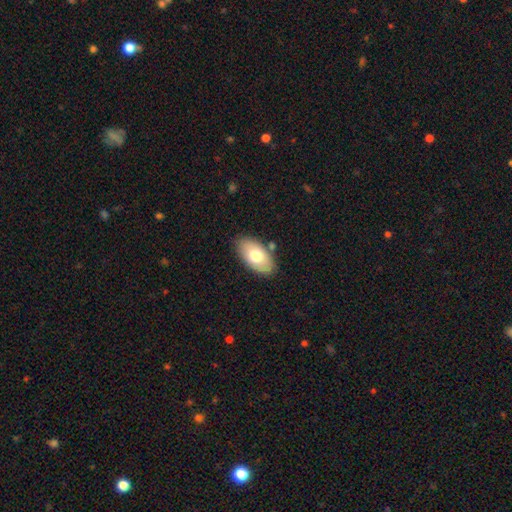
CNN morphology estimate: The model was most divided on "smooth or featured": smooth: 70%, featured or disk: 23%, star or artifact: 7%. More confident: how rounded — in between (94%); merging — none (82%).